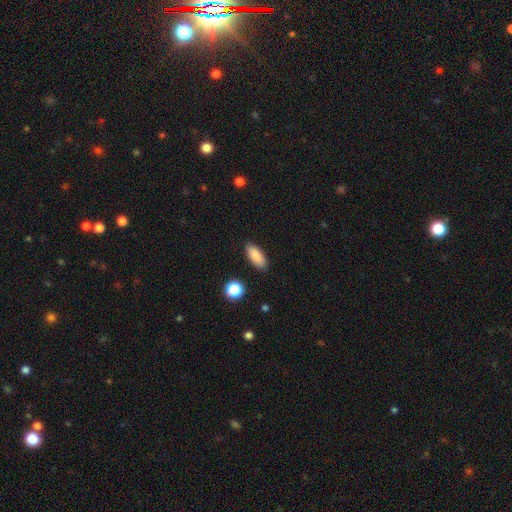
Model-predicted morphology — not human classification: Smooth or featured?
  - smooth: 87% *
  - star or artifact: 7%
  - featured or disk: 5%
How rounded?
  - in between: 77% *
  - cigar-shaped: 21%
  - round: 2%
Merging?
  - none: 88% *
  - minor disturbance: 8%
  - major disturbance: 2%
  - merger: 1%